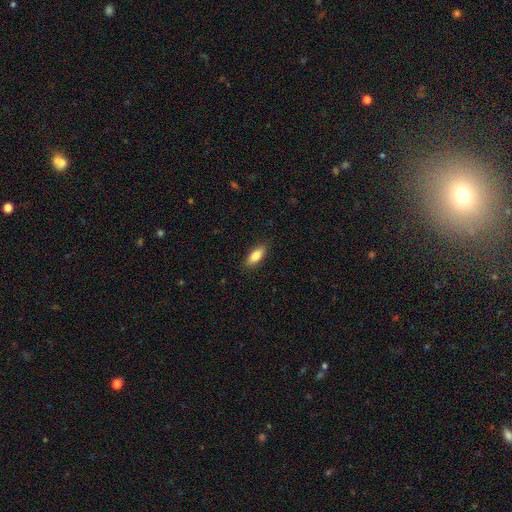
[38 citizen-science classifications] smooth-or-featured: smooth: 87% | featured or disk: 11% | star or artifact: 3%
  how-rounded: in between: 70% | cigar-shaped: 27% | round: 3%
  merging: none: 84% | minor disturbance: 14% | major disturbance: 3% | merger: 0%